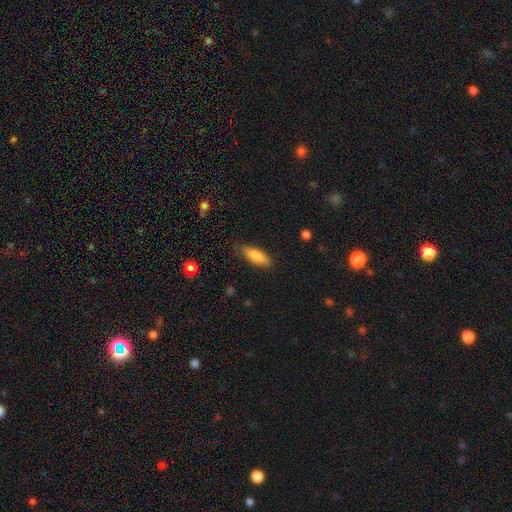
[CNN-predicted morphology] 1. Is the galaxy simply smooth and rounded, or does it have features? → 83% smooth, 10% featured or disk, 6% star or artifact.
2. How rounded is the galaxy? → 63% in between, 35% cigar-shaped, 2% round.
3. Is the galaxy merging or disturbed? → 83% none, 13% minor disturbance, 3% major disturbance, 1% merger.